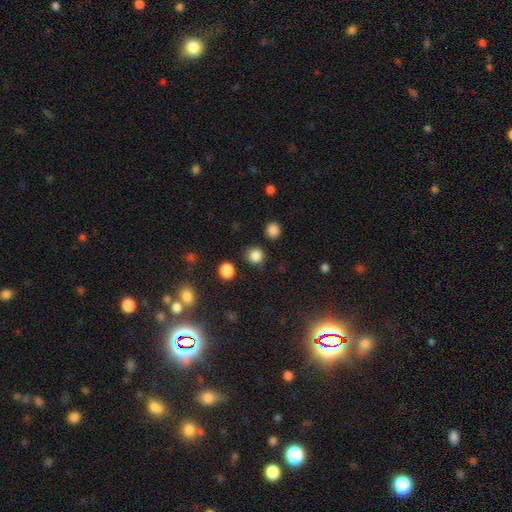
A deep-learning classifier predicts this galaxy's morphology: Overall: smooth (85%). How rounded: round (90%). Merging: none (86%).